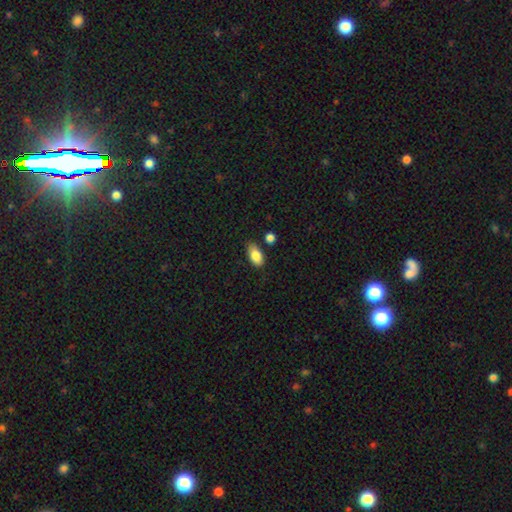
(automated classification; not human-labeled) Smooth or featured? Predicted: smooth (p=0.86). How rounded? Predicted: in between (p=0.91). Merging? Predicted: none (p=0.72).